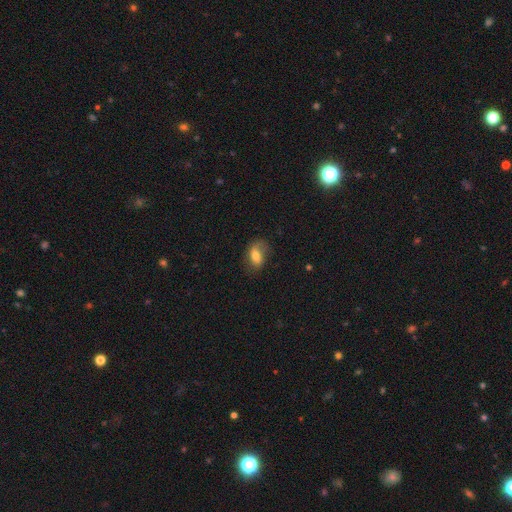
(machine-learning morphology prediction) The model was most divided on "merging": none: 60%, minor disturbance: 26%, major disturbance: 12%, merger: 2%. More confident: how rounded — in between (84%); smooth or featured — smooth (67%).